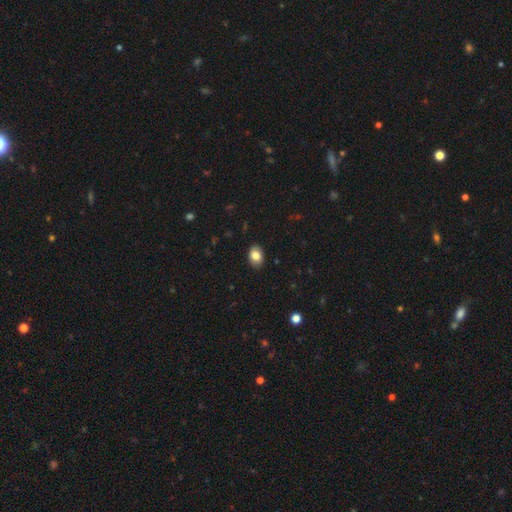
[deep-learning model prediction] Smooth or featured?
  - smooth: 83% *
  - featured or disk: 9%
  - star or artifact: 8%
How rounded?
  - in between: 80% *
  - round: 19%
  - cigar-shaped: 1%
Merging?
  - none: 88% *
  - minor disturbance: 9%
  - major disturbance: 2%
  - merger: 1%